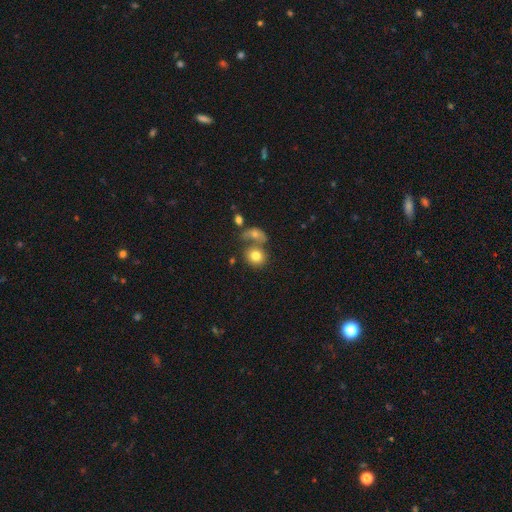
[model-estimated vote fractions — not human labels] Smooth or featured? smooth (77%)
How rounded? round (74%)
Merging? none (47%)